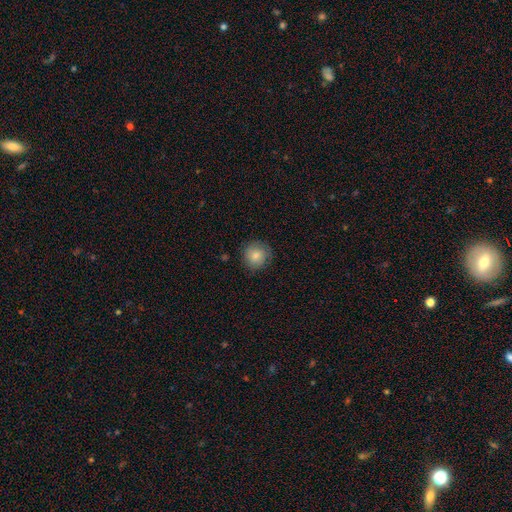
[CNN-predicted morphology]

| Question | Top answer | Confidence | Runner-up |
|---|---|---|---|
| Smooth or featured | smooth | 83% | star or artifact (9%) |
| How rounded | round | 93% | in between (6%) |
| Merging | none | 86% | minor disturbance (11%) |